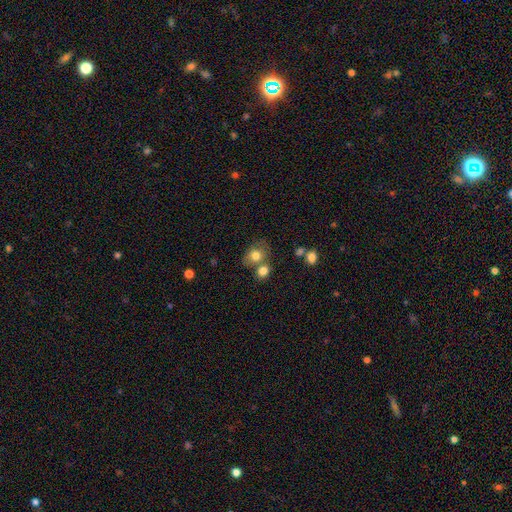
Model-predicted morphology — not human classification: smooth 77%, featured or disk 12%, star or artifact 10%. Down the decision tree: how rounded — round (59%); merging — none (49%).